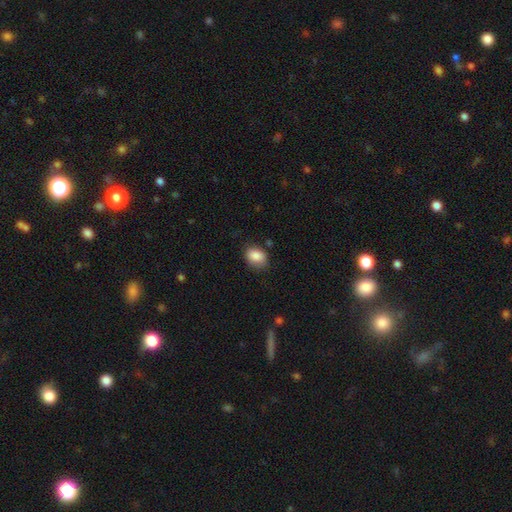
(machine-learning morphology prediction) A smooth galaxy with no disk features (87%) that is in between round and cigar-shaped (71%).

Vote fractions:
- Smooth or featured? smooth: 87% / star or artifact: 8% / featured or disk: 6%
- How rounded? in between: 71% / round: 28% / cigar-shaped: 1%
- Merging? none: 74% / minor disturbance: 20% / major disturbance: 4% / merger: 2%